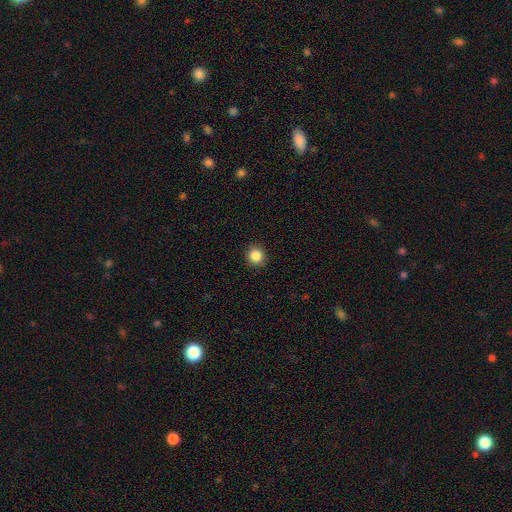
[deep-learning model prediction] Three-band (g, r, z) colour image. It shows a smooth galaxy with no disk features (86%) that is round (92%). Merging: none (91%).